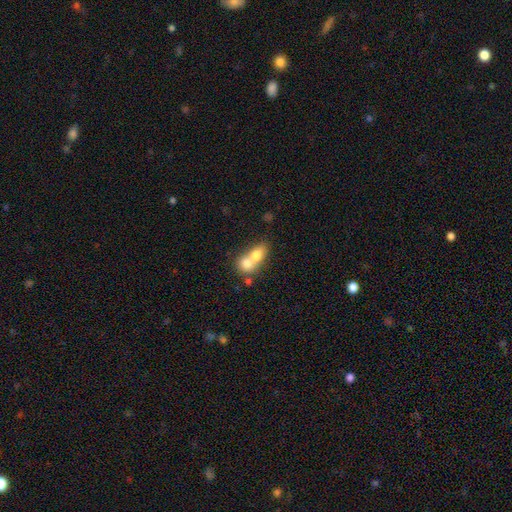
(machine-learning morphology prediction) Smooth or featured: smooth — 72% (featured or disk — 20%)
How rounded: in between — 59% (round — 38%)
Merging: merger — 76% (none — 16%)